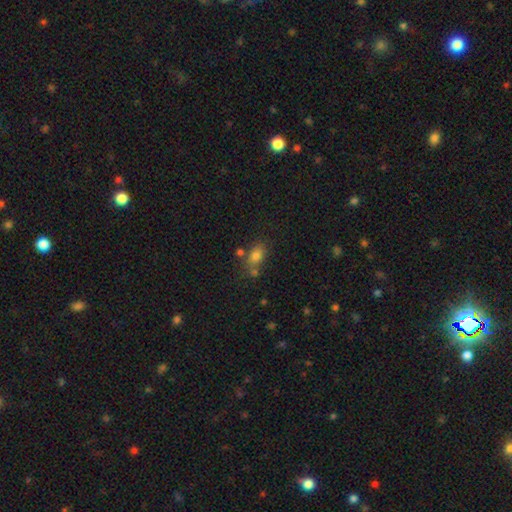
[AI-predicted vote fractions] A smooth galaxy with no disk features (78%) that is in between round and cigar-shaped (78%). Merging: none (60%).